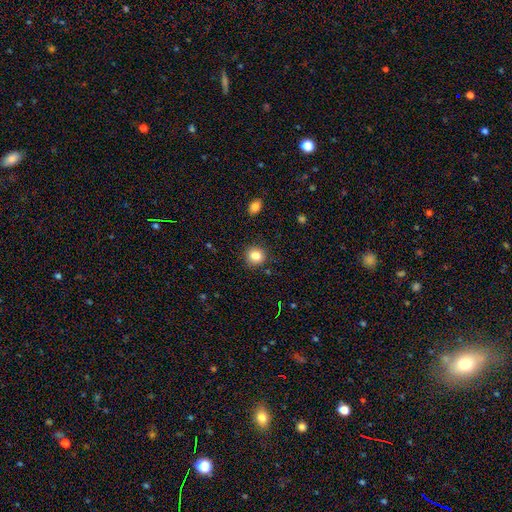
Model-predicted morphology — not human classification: Smooth or featured? Predicted: smooth (p=0.83). How rounded? Predicted: round (p=0.90). Merging? Predicted: none (p=0.89).